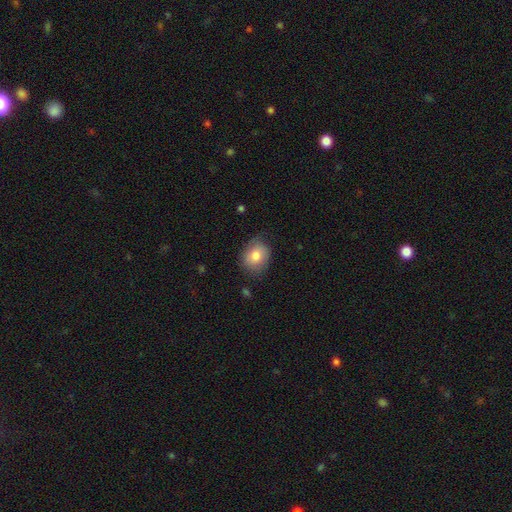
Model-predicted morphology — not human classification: This is likely a smooth galaxy (76%). How rounded: possibly round (53%). Merging: likely none (71%).